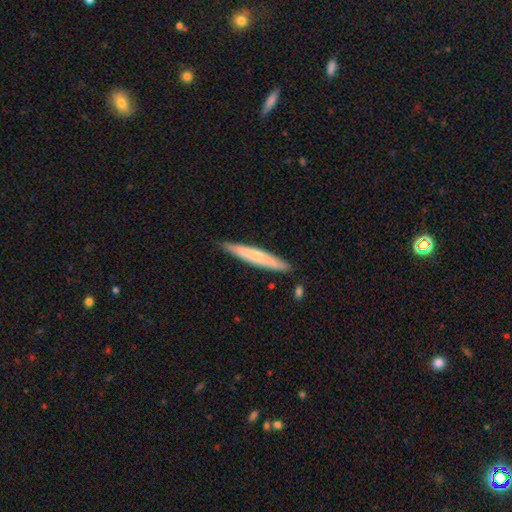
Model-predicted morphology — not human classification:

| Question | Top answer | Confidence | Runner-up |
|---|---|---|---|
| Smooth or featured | smooth | 60% | featured or disk (35%) |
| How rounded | cigar-shaped | 94% | in between (5%) |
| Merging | none | 84% | minor disturbance (12%) |